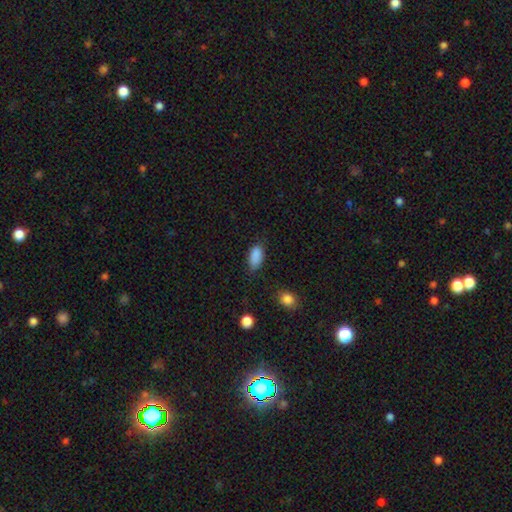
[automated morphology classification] A smooth galaxy with no disk features (88%) that is in between round and cigar-shaped (91%). Merging: none (74%).